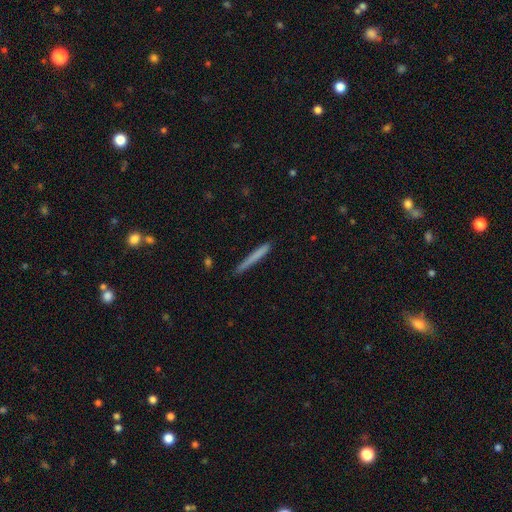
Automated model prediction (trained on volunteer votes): smooth 70%, featured or disk 23%, star or artifact 6%. Down the decision tree: how rounded — cigar-shaped (97%); merging — none (87%).